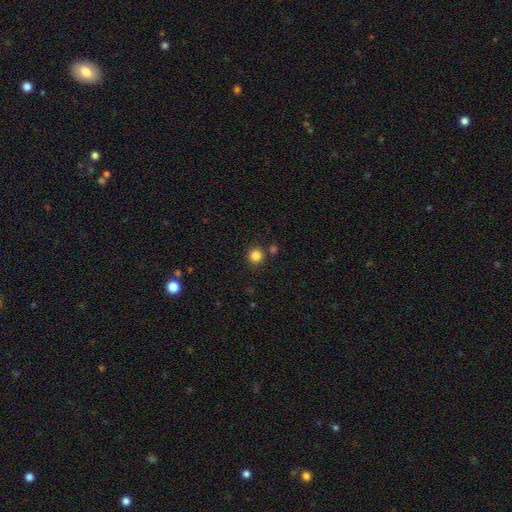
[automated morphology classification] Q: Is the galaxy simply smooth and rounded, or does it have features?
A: smooth — 84%.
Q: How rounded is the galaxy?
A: round — 94%.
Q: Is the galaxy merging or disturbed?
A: none — 86%.